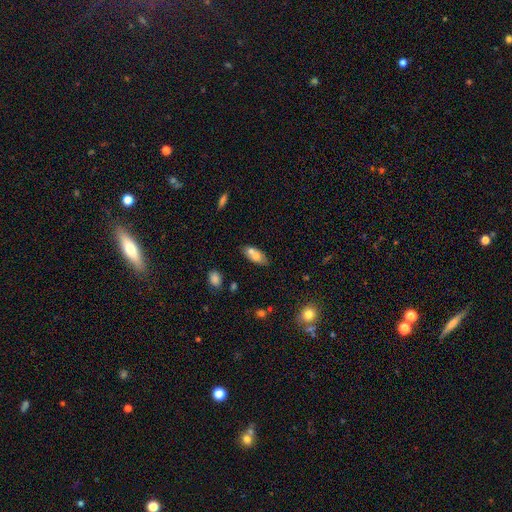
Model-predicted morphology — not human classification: Overall: smooth (70%). How rounded: in between (82%). Merging: none (47%; merger 35%).